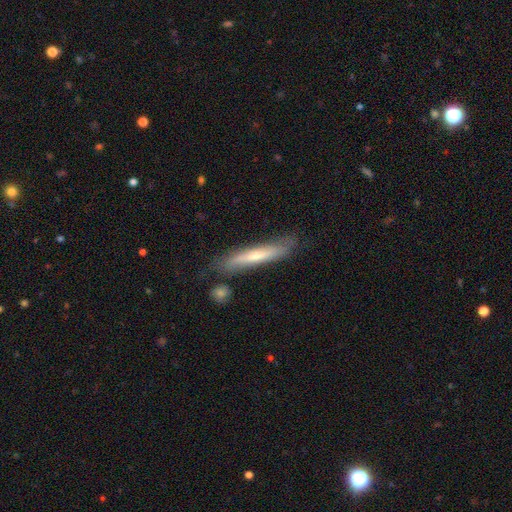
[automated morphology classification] This is possibly a featured or disk galaxy (51%). It is likely viewed edge-on (79%). Merging: likely none (71%).